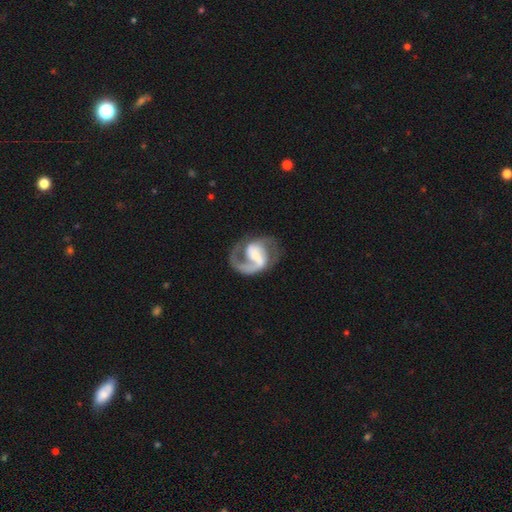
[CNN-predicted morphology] This appears to be a featured or disk galaxy (85%) with a weak bar (43%), 2 (59%) medium (50%) spiral arms (94%) and a small central bulge (33%). Merging: none (52%).